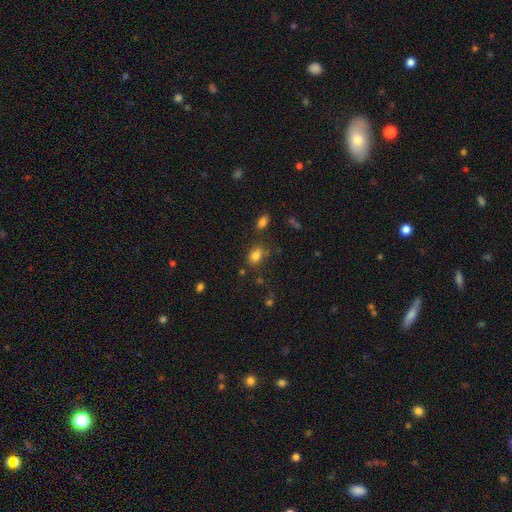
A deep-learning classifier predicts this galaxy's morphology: Smooth or featured: smooth — 79% (star or artifact — 13%)
How rounded: in between — 64% (round — 35%)
Merging: none — 65% (minor disturbance — 18%)